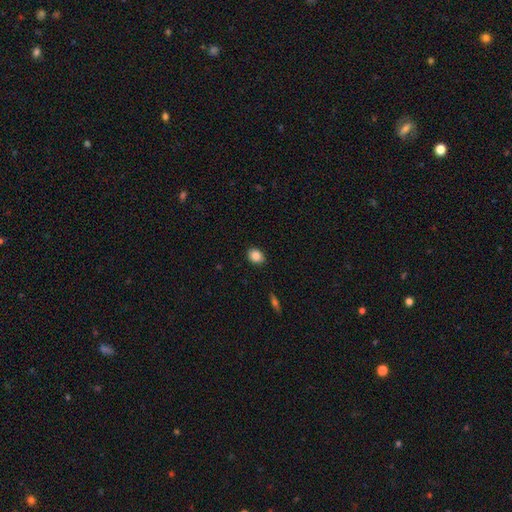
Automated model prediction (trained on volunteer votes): Smooth or featured? smooth (86%)
How rounded? in between (57%)
Merging? none (89%)